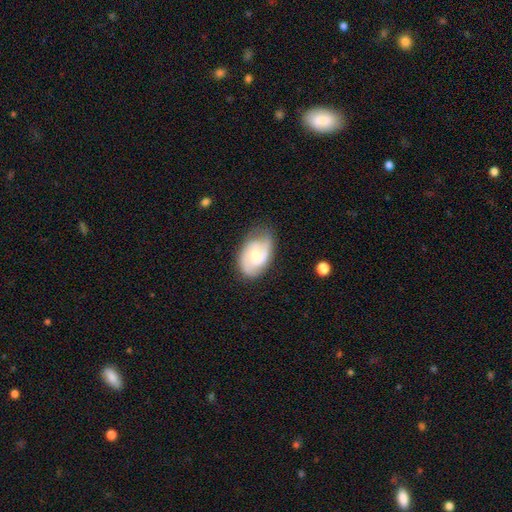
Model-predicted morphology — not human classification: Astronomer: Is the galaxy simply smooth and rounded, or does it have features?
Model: featured or disk — 75%.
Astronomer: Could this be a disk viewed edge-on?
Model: no — 97%.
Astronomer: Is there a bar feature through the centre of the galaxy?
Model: no — 52% (runner-up: weak, 42%).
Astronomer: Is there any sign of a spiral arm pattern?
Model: yes — 95%.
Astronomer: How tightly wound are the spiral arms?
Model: medium — 47% (runner-up: tight, 40%).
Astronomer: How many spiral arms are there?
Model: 2 — 70%.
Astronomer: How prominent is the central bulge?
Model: small — 48% (runner-up: moderate, 44%).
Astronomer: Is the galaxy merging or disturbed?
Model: none — 73%.